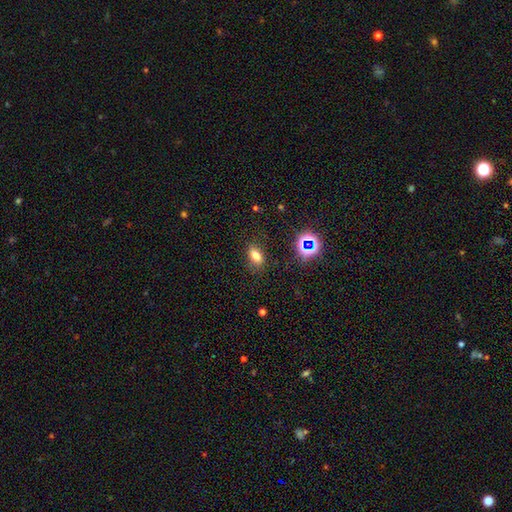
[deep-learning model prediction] A smooth galaxy with no disk features (71%) that is in between round and cigar-shaped (83%).

Vote fractions:
- Smooth or featured? smooth: 71% / star or artifact: 19% / featured or disk: 11%
- How rounded? in between: 83% / round: 13% / cigar-shaped: 4%
- Merging? none: 82% / minor disturbance: 12% / major disturbance: 4% / merger: 2%